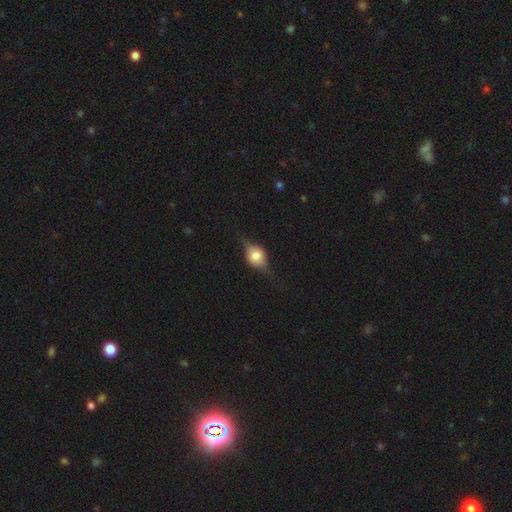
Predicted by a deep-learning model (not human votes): A featured or disk galaxy (46%).

Vote fractions:
- Smooth or featured? featured or disk: 46% / smooth: 45% / star or artifact: 9%
- Merging? none: 65% / minor disturbance: 24% / major disturbance: 9% / merger: 1%